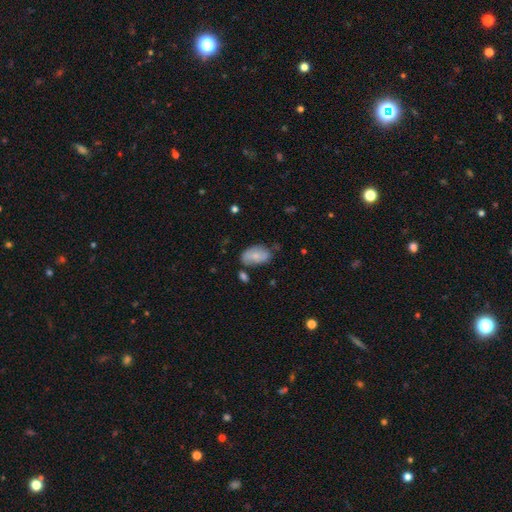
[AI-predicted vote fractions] Smooth or featured? Predicted: smooth (p=0.72). How rounded? Predicted: in between (p=0.93). Merging? Predicted: none (p=0.62).